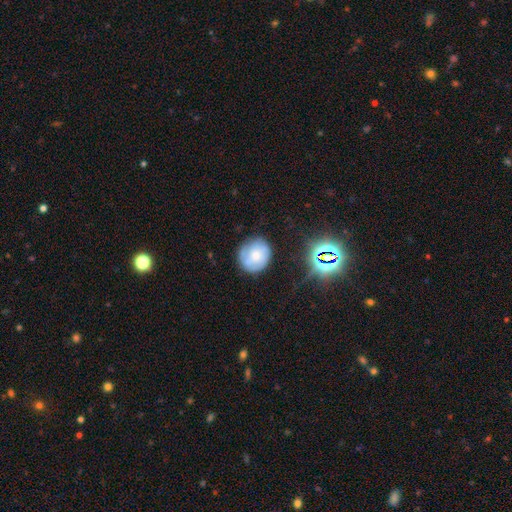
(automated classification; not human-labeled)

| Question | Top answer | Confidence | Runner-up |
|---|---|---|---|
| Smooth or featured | smooth | 48% | featured or disk (42%) |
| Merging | none | 73% | minor disturbance (20%) |